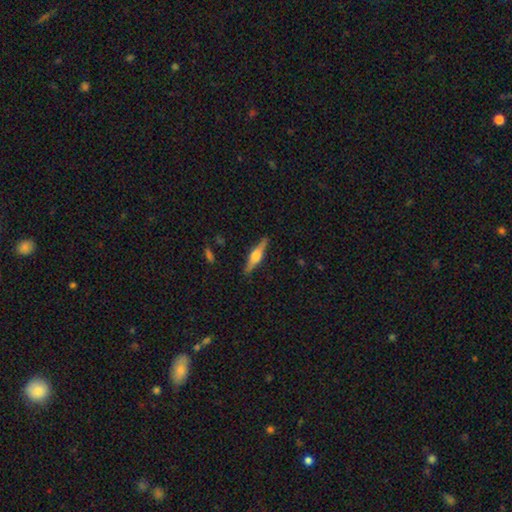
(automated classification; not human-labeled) Smooth or featured?
  - featured or disk: 67% *
  - smooth: 27%
  - star or artifact: 6%
Edge-on disk?
  - yes: 97% *
  - no: 3%
Edge-on bulge?
  - rounded: 87% *
  - boxy: 10%
  - none: 2%
Merging?
  - none: 88% *
  - minor disturbance: 9%
  - major disturbance: 2%
  - merger: 1%